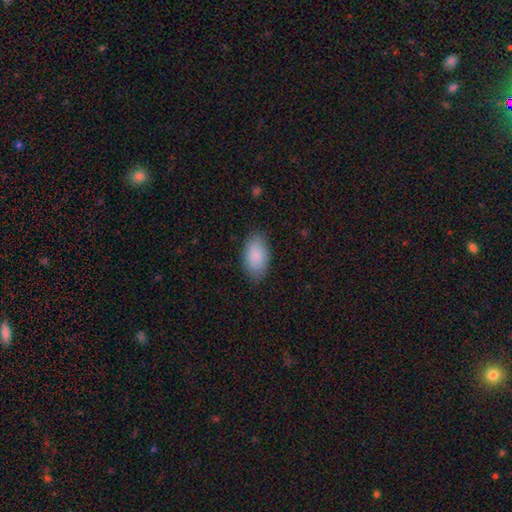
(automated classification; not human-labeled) The model was most divided on "merging": none: 83%, minor disturbance: 13%, major disturbance: 3%, merger: 1%. More confident: how rounded — in between (94%); smooth or featured — smooth (89%).